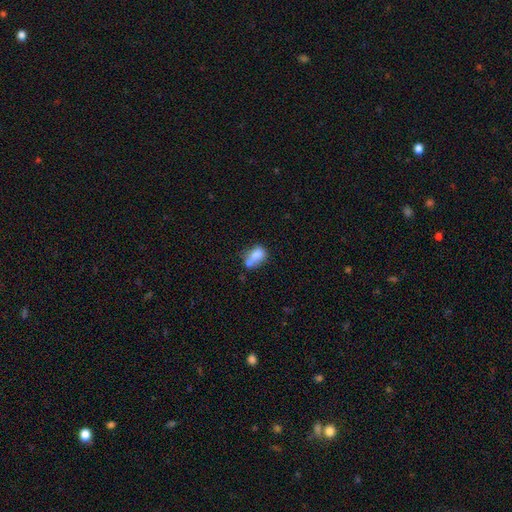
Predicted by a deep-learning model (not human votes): Q: Smooth or featured?
A: smooth (73%); runner-up: featured or disk (17%)
Q: How rounded?
A: in between (68%); runner-up: round (30%)
Q: Merging?
A: merger (50%); runner-up: none (29%)